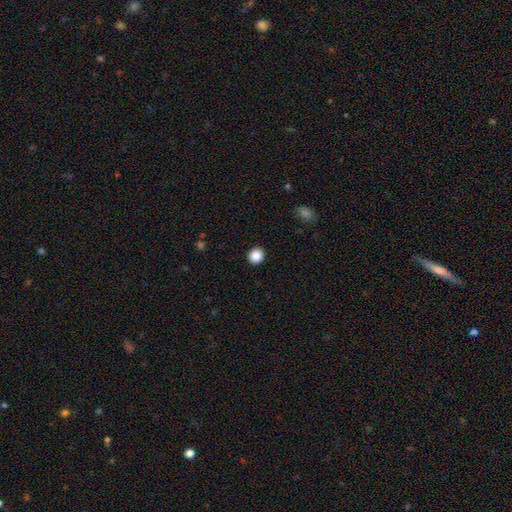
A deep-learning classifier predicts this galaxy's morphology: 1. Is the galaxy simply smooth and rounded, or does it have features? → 87% smooth, 10% star or artifact, 3% featured or disk.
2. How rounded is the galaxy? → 91% round, 9% in between, 1% cigar-shaped.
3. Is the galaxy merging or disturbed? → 93% none, 5% minor disturbance, 2% major disturbance, 1% merger.